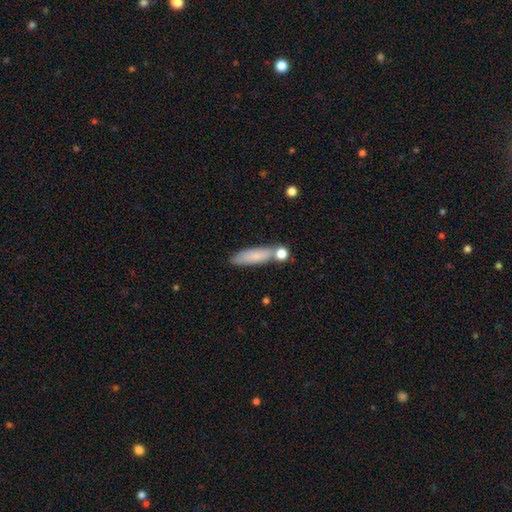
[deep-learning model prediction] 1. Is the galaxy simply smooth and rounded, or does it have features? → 76% smooth, 16% featured or disk, 8% star or artifact.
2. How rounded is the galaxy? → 61% cigar-shaped, 36% in between, 3% round.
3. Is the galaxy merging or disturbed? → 64% none, 16% minor disturbance, 15% merger, 5% major disturbance.